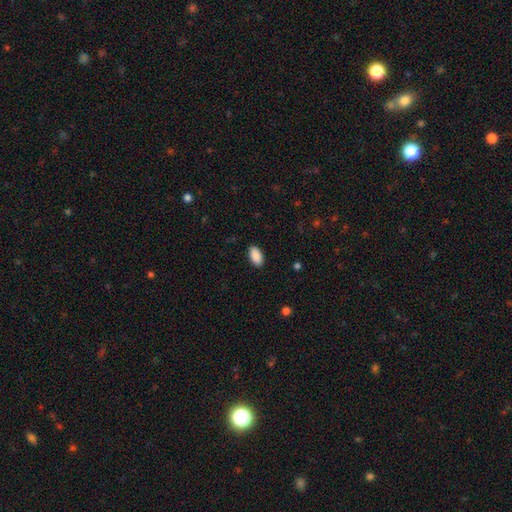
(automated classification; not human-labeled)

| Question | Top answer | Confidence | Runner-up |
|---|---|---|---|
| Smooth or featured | smooth | 90% | star or artifact (7%) |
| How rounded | in between | 95% | round (3%) |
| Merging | none | 89% | minor disturbance (8%) |